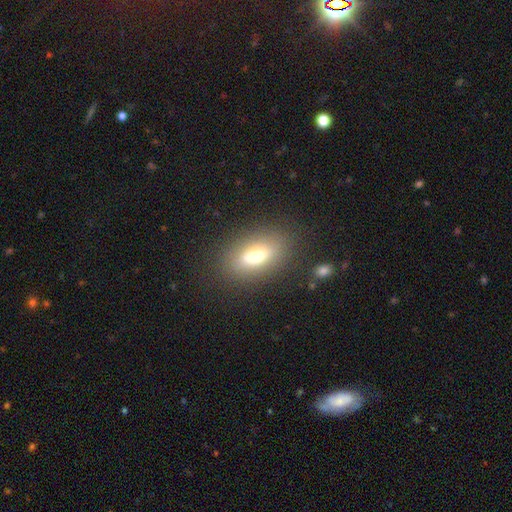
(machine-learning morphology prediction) type=smooth (68%); roundness=in between (83%); merging=none (83%).